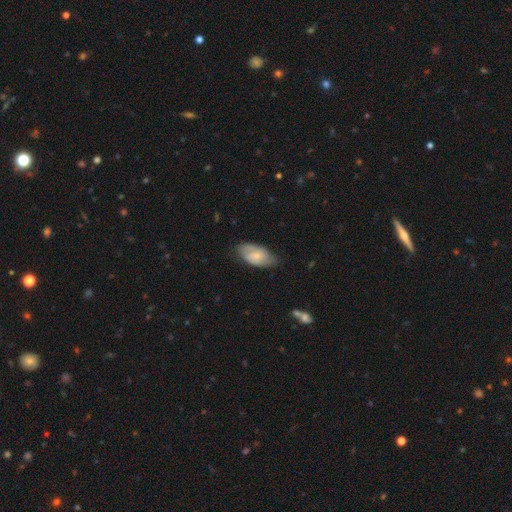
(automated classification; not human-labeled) Smooth or featured?
  - smooth: 47% * (tied)
  - featured or disk: 47% * (tied)
  - star or artifact: 6%
Merging?
  - none: 66% *
  - minor disturbance: 26%
  - major disturbance: 6%
  - merger: 1%